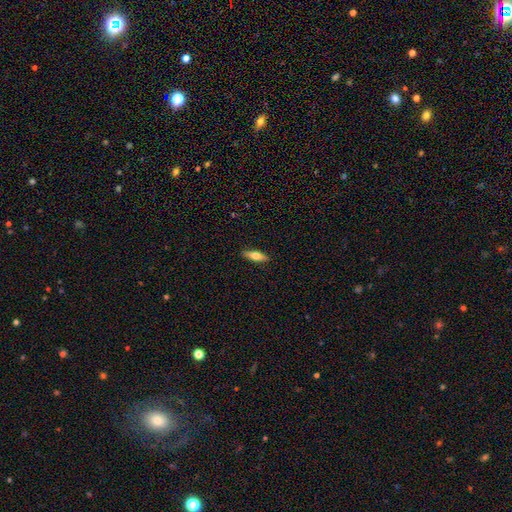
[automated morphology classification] smooth_or_featured: smooth (p=0.64) [alt: featured or disk p=0.30]
how_rounded: cigar-shaped (p=0.51) [alt: in between p=0.47]
merging: none (p=0.90) [alt: minor disturbance p=0.07]